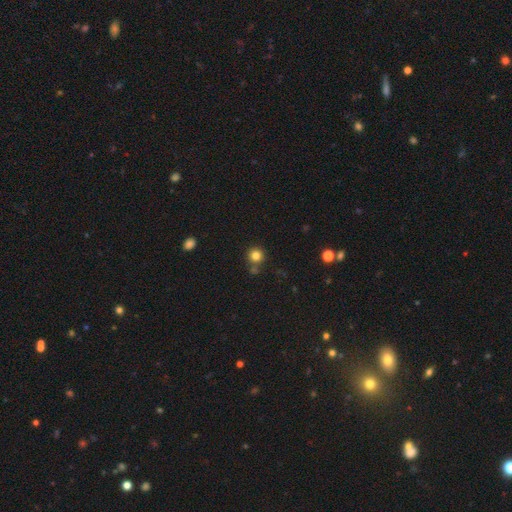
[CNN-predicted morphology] The model was most divided on "merging": none: 76%, merger: 11%, minor disturbance: 10%, major disturbance: 3%. More confident: how rounded — round (93%); smooth or featured — smooth (81%).